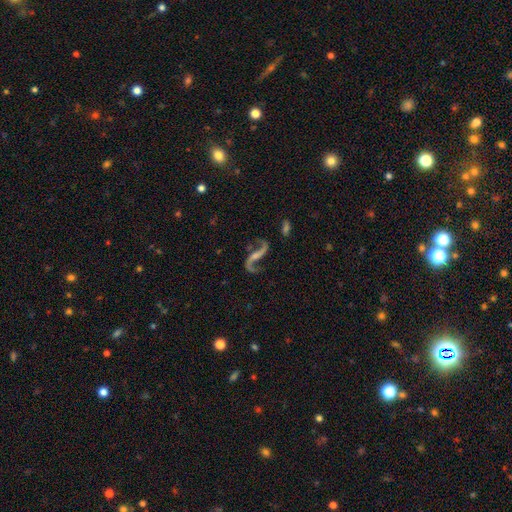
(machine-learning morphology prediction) This is clearly a featured or disk galaxy (90%). It is clearly not viewed edge-on (96%). Bar: marginally weak (37%). Spiral arm pattern: clearly yes (97%). Spiral arm count: clearly 2 (93%). Spiral winding: clearly loose (83%). Central bulge: possibly small (47%). Merging: likely none (74%).